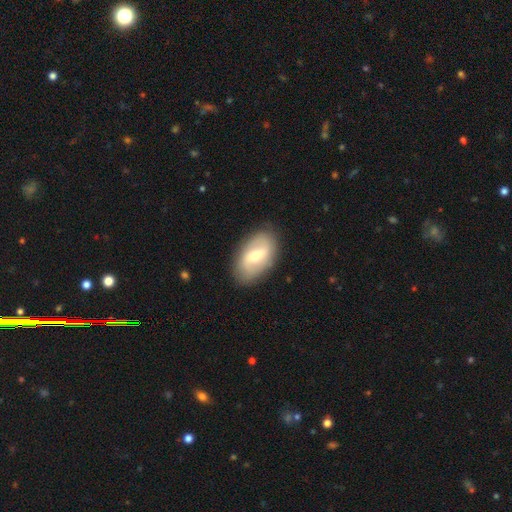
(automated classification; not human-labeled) Smooth or featured? featured or disk (54%)
Edge-on disk? no (91%)
Merging? none (85%)